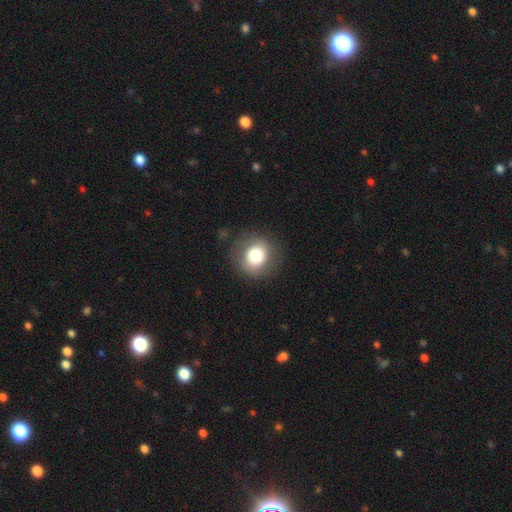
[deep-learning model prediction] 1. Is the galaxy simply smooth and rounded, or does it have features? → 75% smooth, 15% featured or disk, 9% star or artifact.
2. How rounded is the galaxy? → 88% round, 11% in between, 1% cigar-shaped.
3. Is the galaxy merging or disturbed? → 84% none, 10% minor disturbance, 4% major disturbance, 1% merger.